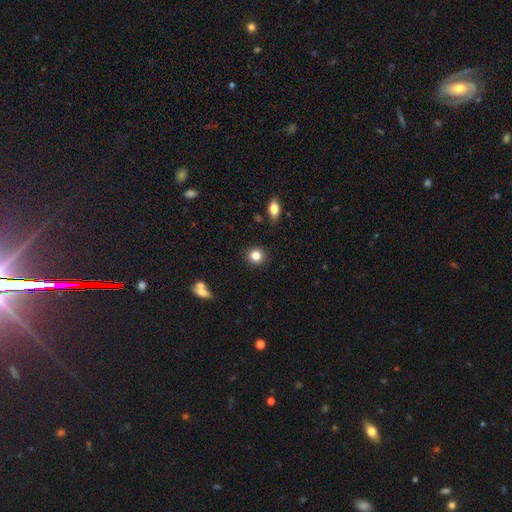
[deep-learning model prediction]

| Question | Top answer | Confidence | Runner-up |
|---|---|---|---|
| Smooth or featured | smooth | 84% | star or artifact (10%) |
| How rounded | round | 86% | in between (13%) |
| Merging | none | 90% | minor disturbance (7%) |